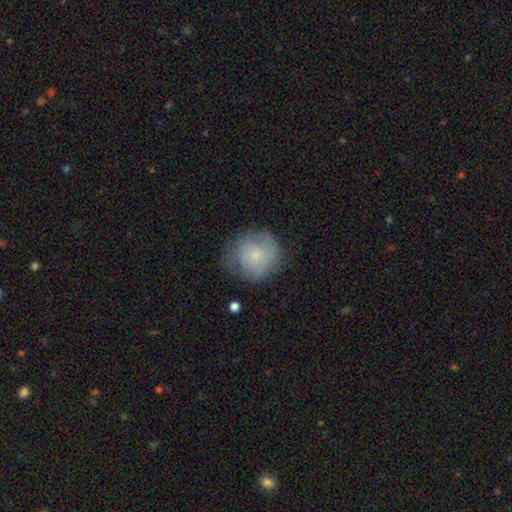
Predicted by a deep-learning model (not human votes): smooth 53%, featured or disk 39%, star or artifact 8%. Down the decision tree: how rounded — round (89%); merging — none (68%).